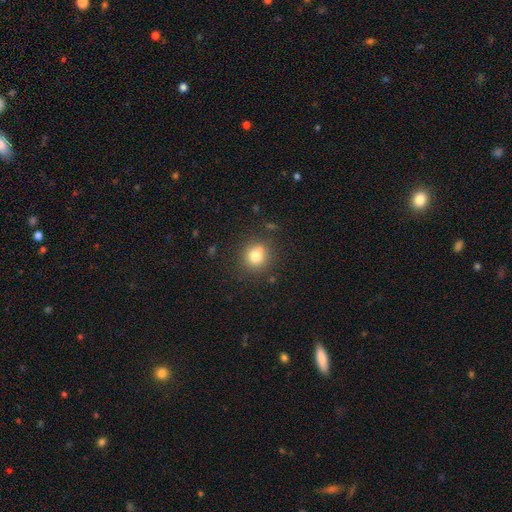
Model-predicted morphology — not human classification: type=smooth (78%); roundness=round (89%); merging=none (82%).